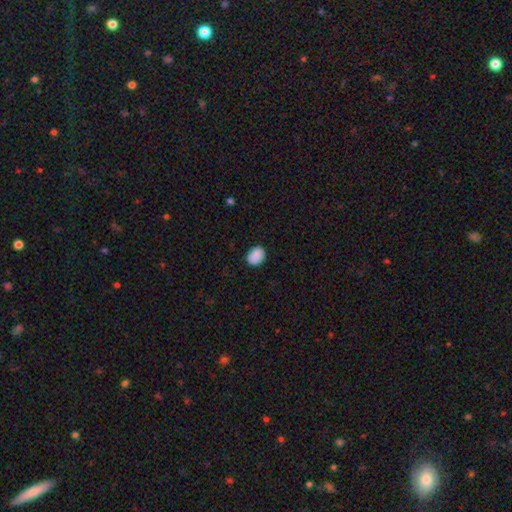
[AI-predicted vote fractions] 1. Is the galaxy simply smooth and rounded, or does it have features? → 89% smooth, 8% star or artifact, 3% featured or disk.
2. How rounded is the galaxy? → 63% in between, 36% round, 1% cigar-shaped.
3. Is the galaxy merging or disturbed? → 86% none, 10% minor disturbance, 2% major disturbance, 1% merger.